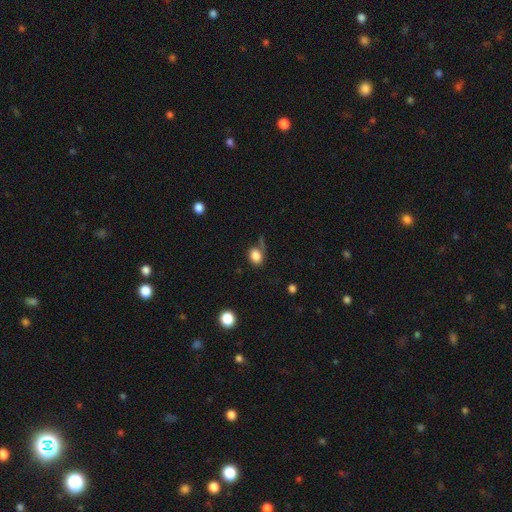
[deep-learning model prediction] Smooth or featured: smooth — 83% (star or artifact — 11%)
How rounded: in between — 59% (round — 40%)
Merging: none — 59% (minor disturbance — 21%)